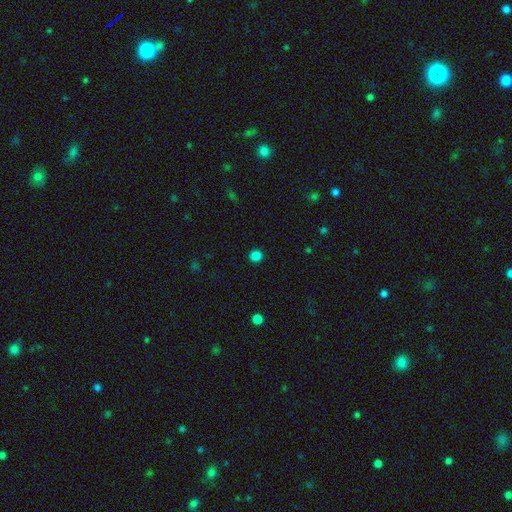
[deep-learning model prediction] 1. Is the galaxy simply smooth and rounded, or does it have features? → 84% smooth, 13% star or artifact, 3% featured or disk.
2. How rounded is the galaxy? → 94% round, 5% in between, 1% cigar-shaped.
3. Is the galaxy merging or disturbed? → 92% none, 5% minor disturbance, 2% major disturbance, 1% merger.